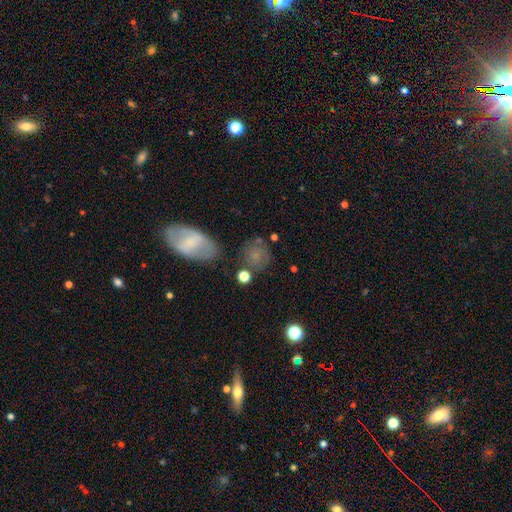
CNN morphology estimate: The model was most divided on "how rounded": round: 72%, in between: 26%, cigar-shaped: 2%. More confident: smooth or featured — smooth (69%); merging — none (66%).